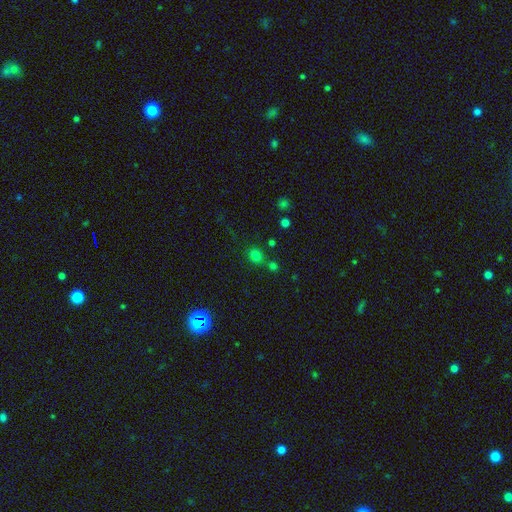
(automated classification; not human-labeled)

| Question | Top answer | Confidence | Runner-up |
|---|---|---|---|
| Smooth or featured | smooth | 73% | star or artifact (21%) |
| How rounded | round | 79% | in between (20%) |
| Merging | none | 71% | merger (16%) |